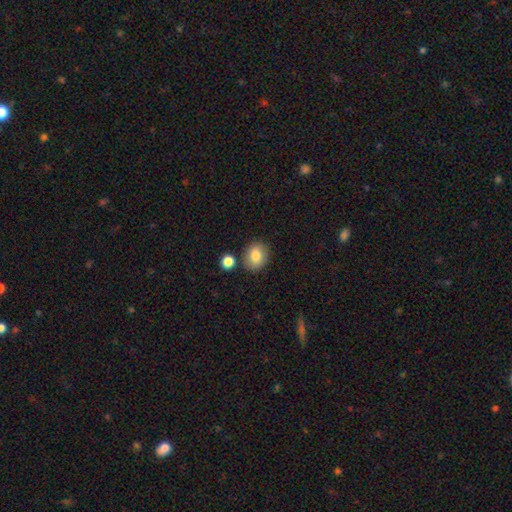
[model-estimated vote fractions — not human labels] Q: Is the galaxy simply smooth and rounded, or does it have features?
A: smooth — 83%.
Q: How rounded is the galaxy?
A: round — 50%.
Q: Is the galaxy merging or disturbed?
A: none — 78%.